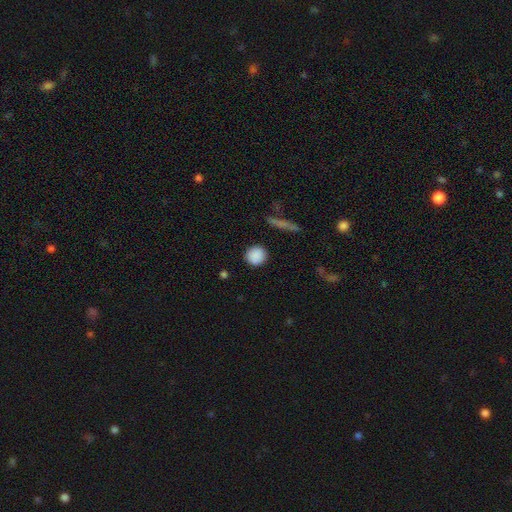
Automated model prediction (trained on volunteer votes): Morphology: type=smooth (87%); roundness=round (90%); merging=none (88%).